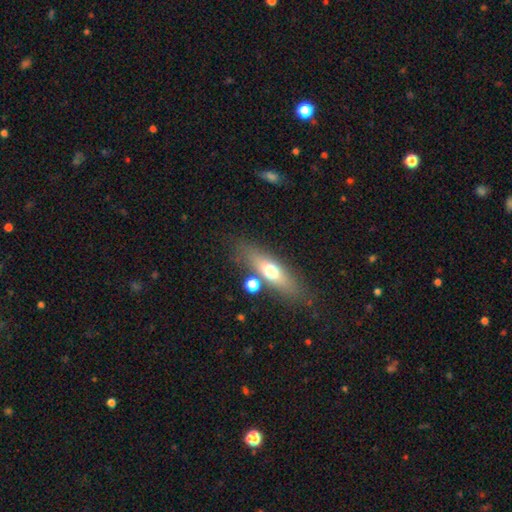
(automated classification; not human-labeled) Smooth or featured?
  - smooth: 49% *
  - featured or disk: 41%
  - star or artifact: 10%
Merging?
  - none: 76% *
  - minor disturbance: 12%
  - merger: 8%
  - major disturbance: 4%